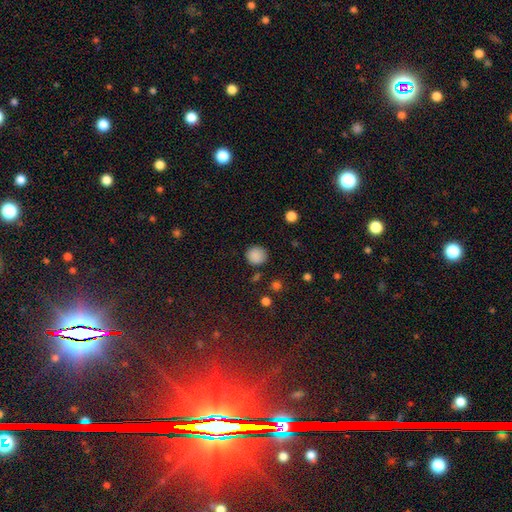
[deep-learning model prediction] Morphology: type=smooth (86%); roundness=round (89%); merging=none (86%).